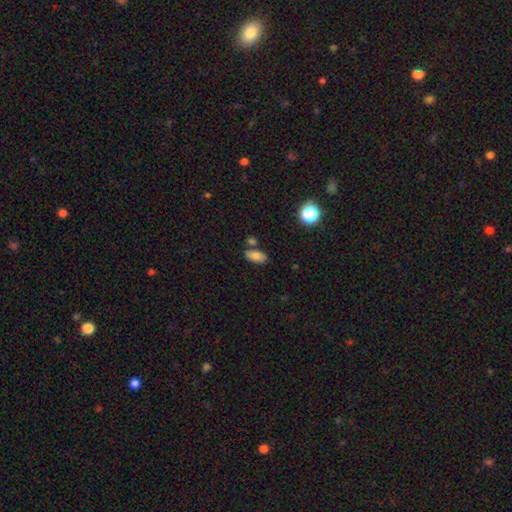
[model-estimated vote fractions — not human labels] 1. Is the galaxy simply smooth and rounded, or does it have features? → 79% smooth, 11% featured or disk, 10% star or artifact.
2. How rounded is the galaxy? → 90% in between, 5% round, 5% cigar-shaped.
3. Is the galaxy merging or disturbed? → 69% none, 14% merger, 14% minor disturbance, 3% major disturbance.